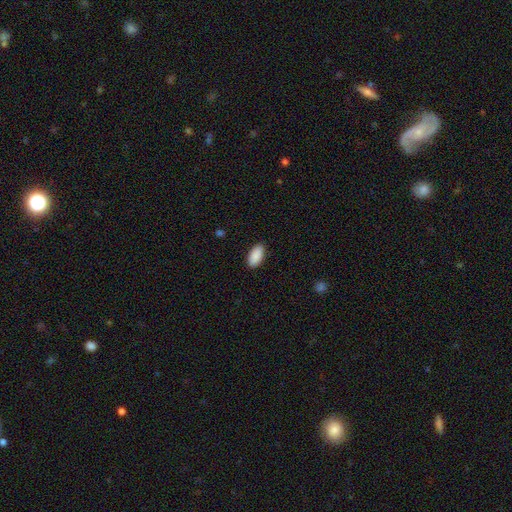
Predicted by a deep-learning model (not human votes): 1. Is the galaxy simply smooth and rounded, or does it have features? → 91% smooth, 6% star or artifact, 3% featured or disk.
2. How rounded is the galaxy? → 94% in between, 4% cigar-shaped, 2% round.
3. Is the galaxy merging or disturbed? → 88% none, 9% minor disturbance, 2% major disturbance, 1% merger.